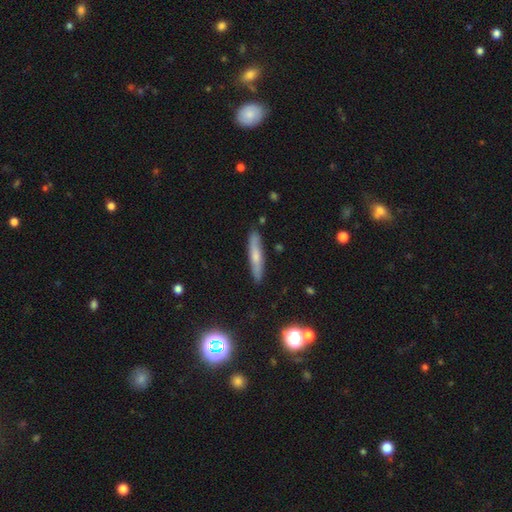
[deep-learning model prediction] This appears to be a smooth galaxy with no disk features (58%) that is cigar-shaped (88%). Merging: none (87%).